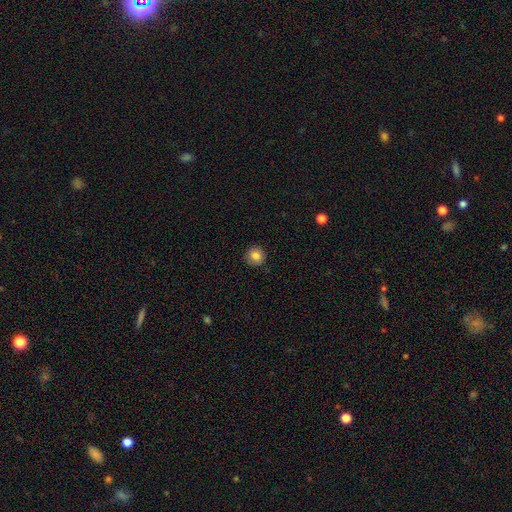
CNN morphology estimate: Smooth or featured?
  - smooth: 84% *
  - star or artifact: 10%
  - featured or disk: 6%
How rounded?
  - round: 94% *
  - in between: 5%
  - cigar-shaped: 1%
Merging?
  - none: 89% *
  - minor disturbance: 8%
  - major disturbance: 2%
  - merger: 1%